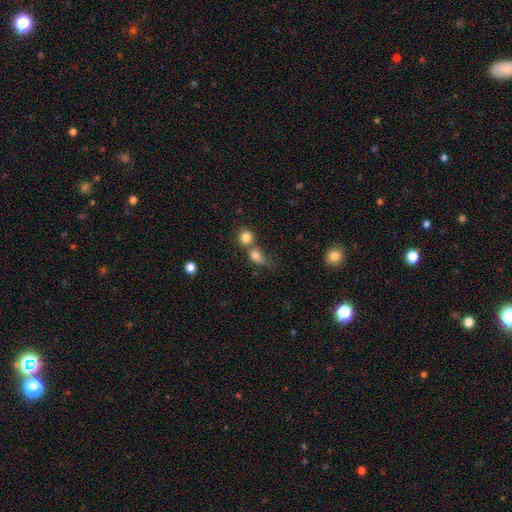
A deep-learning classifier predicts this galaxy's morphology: smooth-or-featured: smooth: 80% | star or artifact: 11% | featured or disk: 9%
  how-rounded: in between: 49% | round: 47% | cigar-shaped: 4%
  merging: merger: 50% | none: 31% | minor disturbance: 11% | major disturbance: 8%